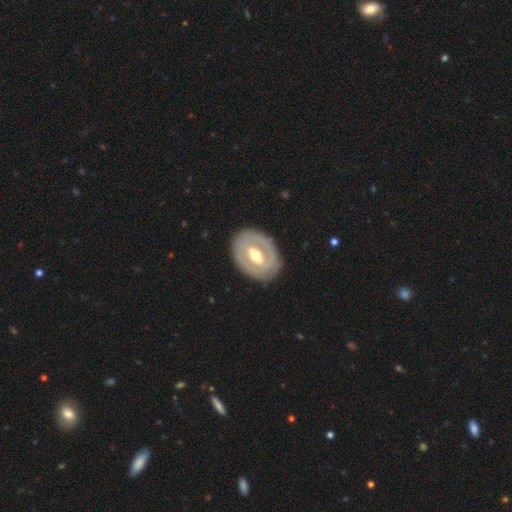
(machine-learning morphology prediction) Smooth or featured? Predicted: featured or disk (p=0.69). Edge-on disk? Predicted: no (p=0.94). Bar? Predicted: weak (p=0.39). Spiral arms? Predicted: no (p=0.69). Bulge size? Predicted: moderate (p=0.70). Merging? Predicted: none (p=0.81).